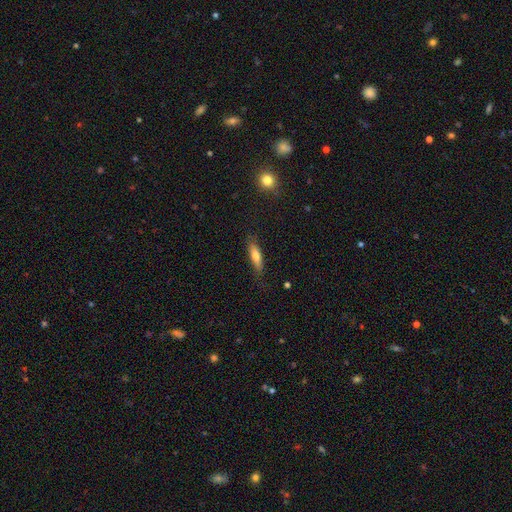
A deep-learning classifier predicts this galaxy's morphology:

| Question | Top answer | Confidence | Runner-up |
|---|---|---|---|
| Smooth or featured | smooth | 70% | featured or disk (23%) |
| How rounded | cigar-shaped | 58% | in between (40%) |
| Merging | none | 78% | minor disturbance (17%) |